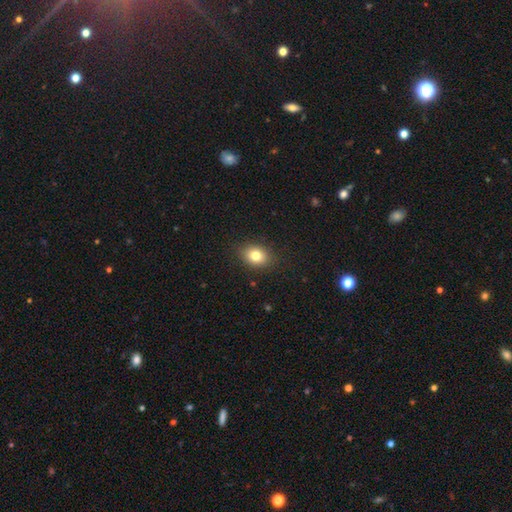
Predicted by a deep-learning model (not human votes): smooth_or_featured: smooth (p=0.80) [alt: star or artifact p=0.10]
how_rounded: in between (p=0.63) [alt: round p=0.36]
merging: none (p=0.88) [alt: minor disturbance p=0.09]